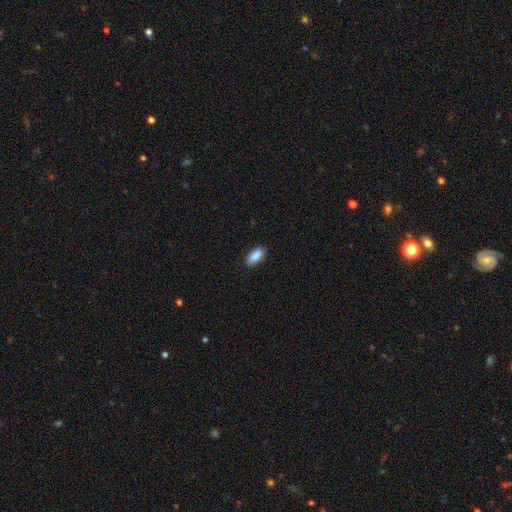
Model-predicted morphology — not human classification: Q: Smooth or featured?
A: smooth (88%); runner-up: star or artifact (7%)
Q: How rounded?
A: in between (89%); runner-up: cigar-shaped (8%)
Q: Merging?
A: none (85%); runner-up: minor disturbance (12%)